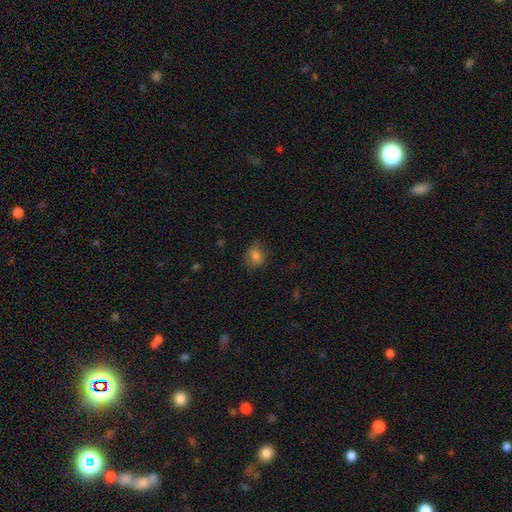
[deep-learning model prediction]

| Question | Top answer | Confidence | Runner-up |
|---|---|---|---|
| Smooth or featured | smooth | 79% | star or artifact (11%) |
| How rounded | round | 63% | in between (36%) |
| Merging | none | 74% | minor disturbance (19%) |